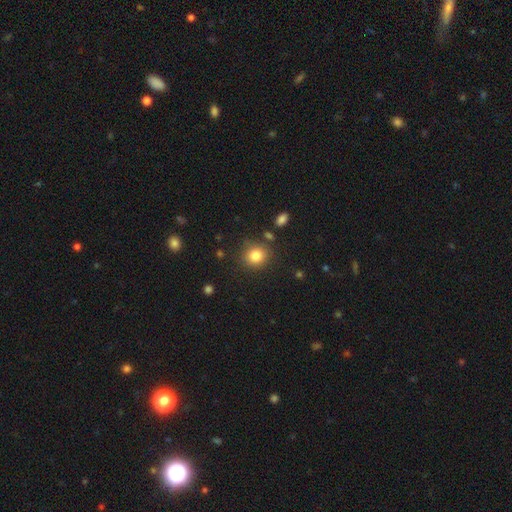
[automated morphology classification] smooth 83%, star or artifact 11%, featured or disk 6%. Down the decision tree: how rounded — round (83%); merging — none (84%).